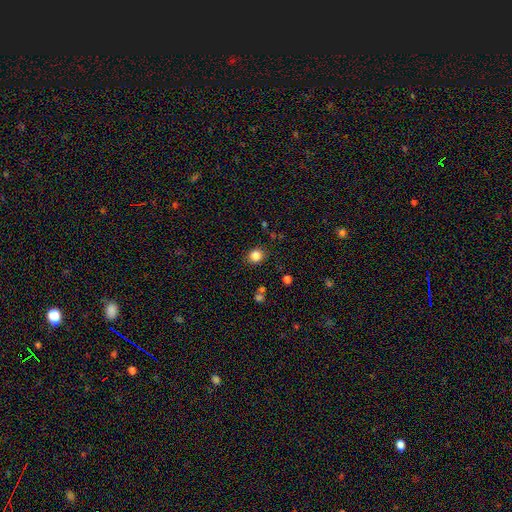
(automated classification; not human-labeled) The model was most divided on "how rounded": round: 82%, in between: 17%, cigar-shaped: 1%. More confident: merging — none (87%); smooth or featured — smooth (84%).